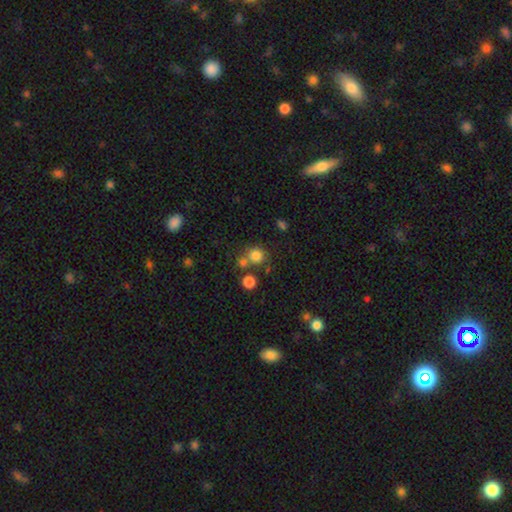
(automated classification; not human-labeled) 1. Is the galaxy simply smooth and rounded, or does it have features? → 79% smooth, 14% star or artifact, 7% featured or disk.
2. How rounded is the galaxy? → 88% round, 11% in between, 1% cigar-shaped.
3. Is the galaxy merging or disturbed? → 63% none, 24% merger, 9% minor disturbance, 4% major disturbance.